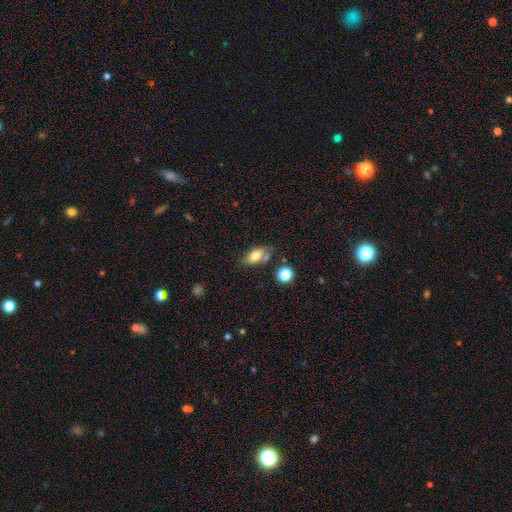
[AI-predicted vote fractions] Morphology: type=smooth (72%); roundness=in between (83%); merging=none (63%).